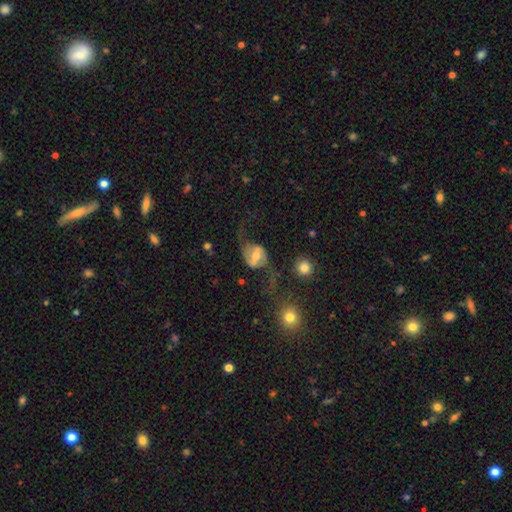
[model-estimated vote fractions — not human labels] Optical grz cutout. It shows a featured or disk galaxy (79%) with a weak bar (42%), 2 (92%) loose (71%) spiral arms (89%) and a moderate central bulge (68%). Merging: none (55%).